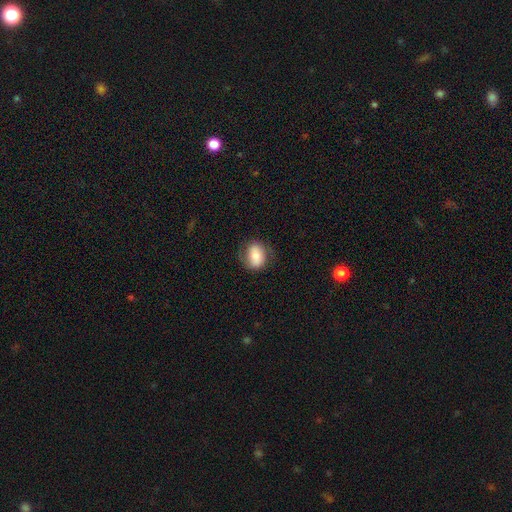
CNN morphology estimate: type=smooth (68%); roundness=in between (62%); merging=none (70%).